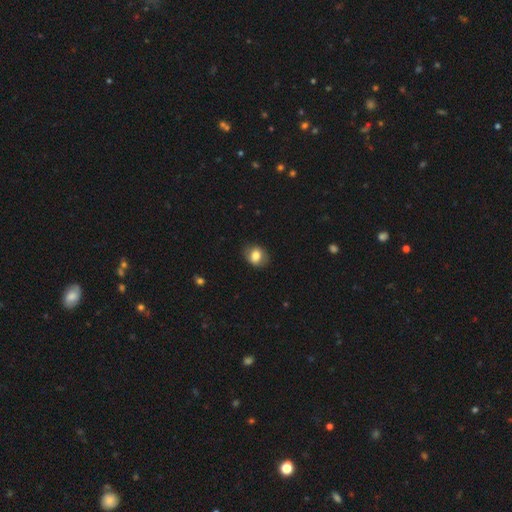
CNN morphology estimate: The model was most divided on "how rounded": in between: 52%, round: 47%, cigar-shaped: 1%. More confident: merging — none (80%); smooth or featured — smooth (77%).